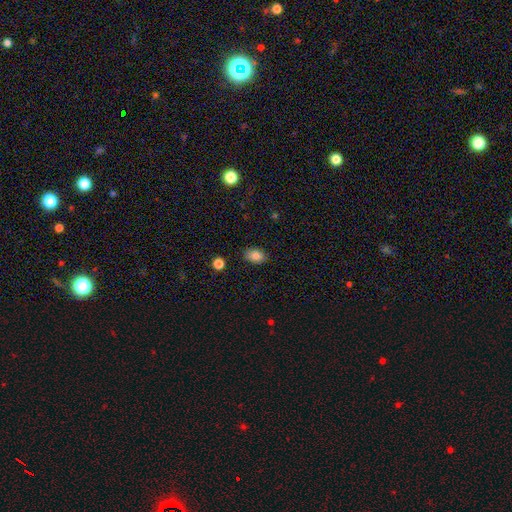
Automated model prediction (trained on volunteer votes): This is clearly a smooth galaxy (83%). How rounded: clearly in between (85%). Merging: clearly none (86%).